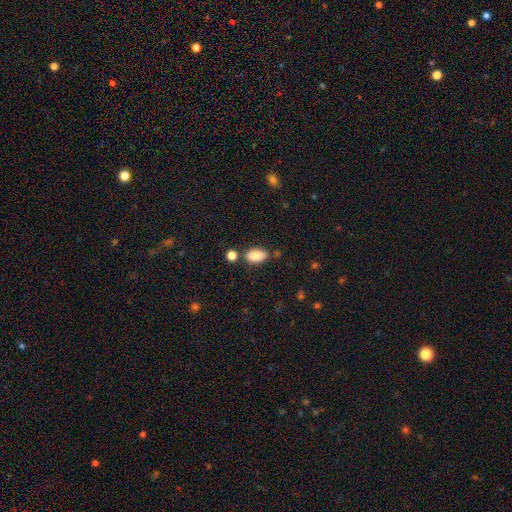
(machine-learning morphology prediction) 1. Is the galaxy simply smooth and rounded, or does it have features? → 87% smooth, 7% star or artifact, 6% featured or disk.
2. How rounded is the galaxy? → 91% in between, 4% cigar-shaped, 4% round.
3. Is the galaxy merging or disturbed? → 73% none, 13% minor disturbance, 10% merger, 3% major disturbance.